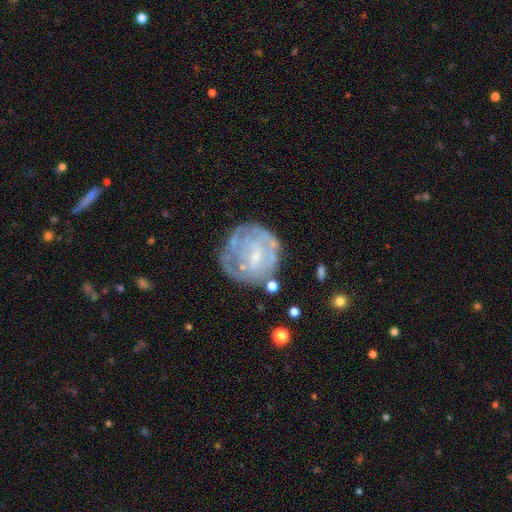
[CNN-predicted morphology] A featured or disk galaxy (67%) with no bar (49%), spiral arms (57%) and a small central bulge (59%). Merging: none (63%).